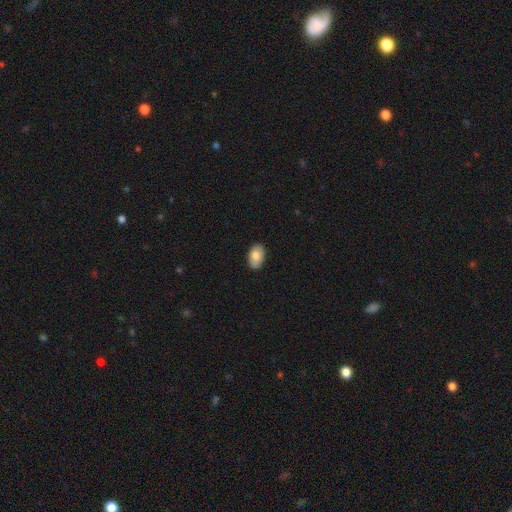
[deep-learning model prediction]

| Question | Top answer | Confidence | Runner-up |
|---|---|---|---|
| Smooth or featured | smooth | 80% | featured or disk (13%) |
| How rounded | in between | 91% | round (8%) |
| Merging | none | 87% | minor disturbance (11%) |